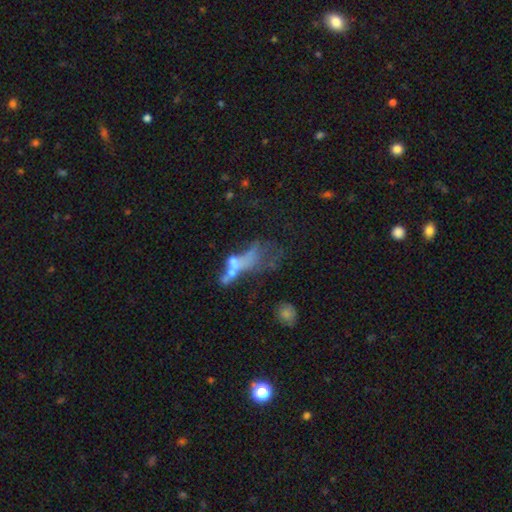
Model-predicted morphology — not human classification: Overall: featured or disk (44%; smooth 33%). Merging: major disturbance (33%; merger 28%).